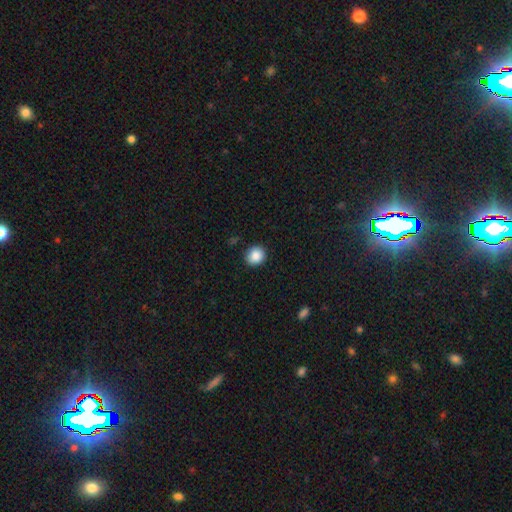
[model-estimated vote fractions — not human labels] The model was most divided on "how rounded": round: 86%, in between: 14%, cigar-shaped: 1%. More confident: merging — none (90%); smooth or featured — smooth (87%).